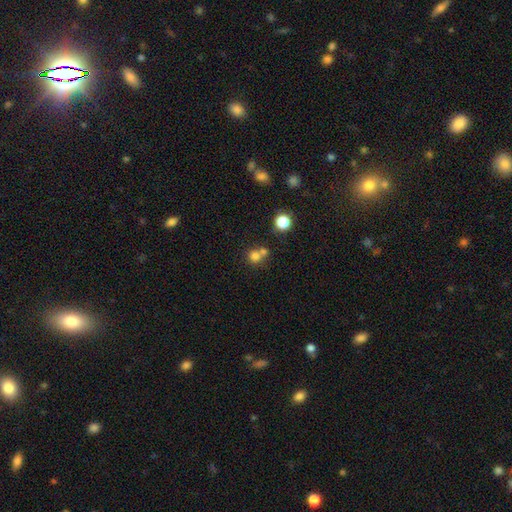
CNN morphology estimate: A smooth galaxy with no disk features (76%) that is round (87%).

Vote fractions:
- Smooth or featured? smooth: 76% / star or artifact: 14% / featured or disk: 10%
- How rounded? round: 87% / in between: 12% / cigar-shaped: 1%
- Merging? none: 48% / merger: 42% / minor disturbance: 7% / major disturbance: 3%